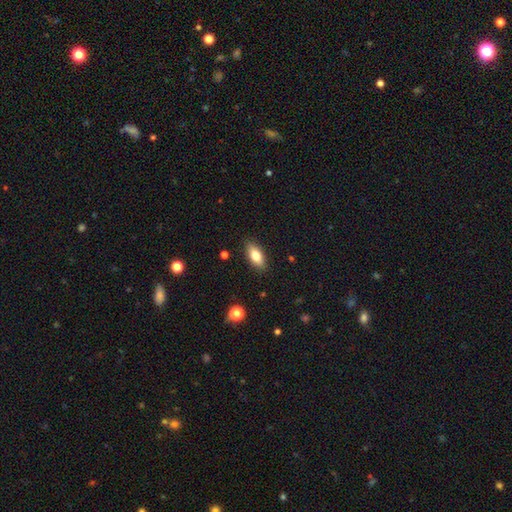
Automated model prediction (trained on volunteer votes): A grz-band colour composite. It shows a smooth galaxy with no disk features (75%) that is in between round and cigar-shaped (83%). Merging: none (88%).